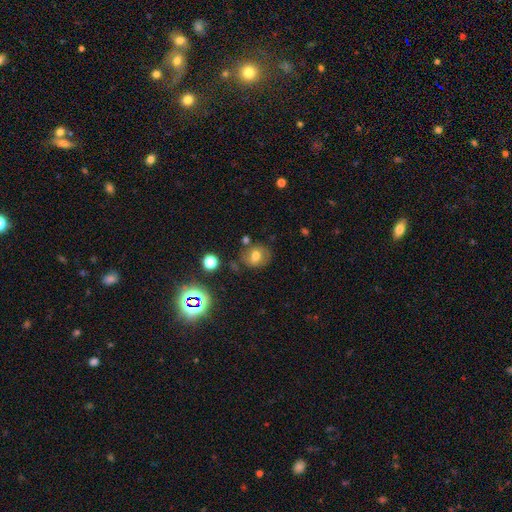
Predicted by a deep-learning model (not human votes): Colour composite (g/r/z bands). It shows a smooth galaxy with no disk features (61%) that is round (61%). Merging: none (69%).